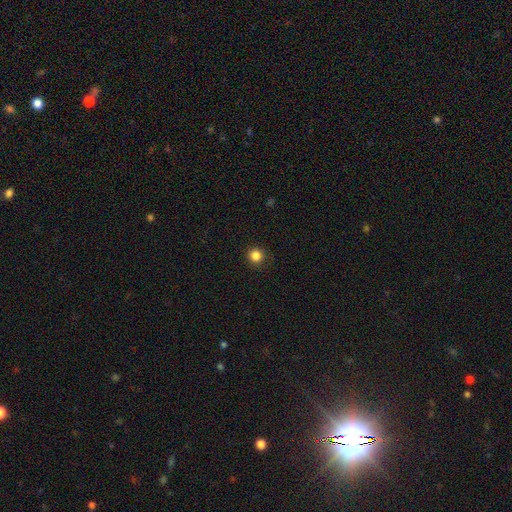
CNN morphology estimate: Smooth or featured?
  - smooth: 85% *
  - star or artifact: 12%
  - featured or disk: 3%
How rounded?
  - round: 95% *
  - in between: 4%
  - cigar-shaped: 1%
Merging?
  - none: 91% *
  - minor disturbance: 6%
  - major disturbance: 2%
  - merger: 1%